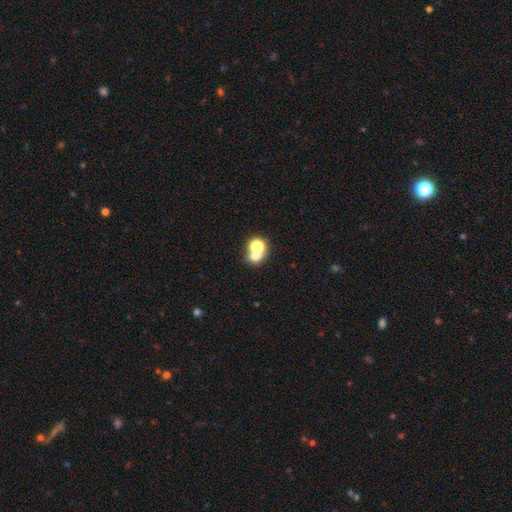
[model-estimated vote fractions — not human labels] Smooth or featured? smooth (58%)
How rounded? round (71%)
Merging? none (48%)